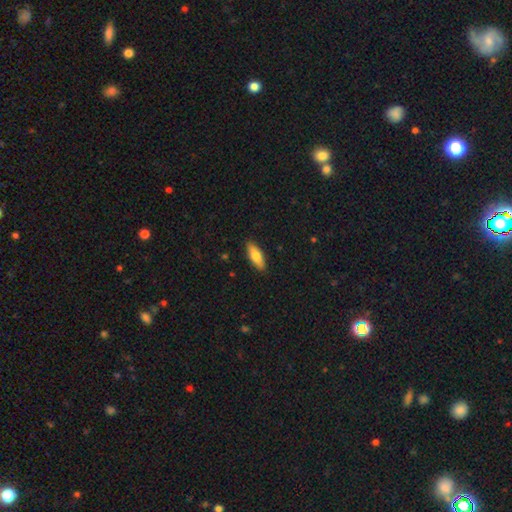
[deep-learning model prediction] Smooth or featured?
  - smooth: 74% *
  - featured or disk: 20%
  - star or artifact: 6%
How rounded?
  - in between: 64% *
  - cigar-shaped: 34%
  - round: 2%
Merging?
  - none: 89% *
  - minor disturbance: 8%
  - major disturbance: 2%
  - merger: 1%